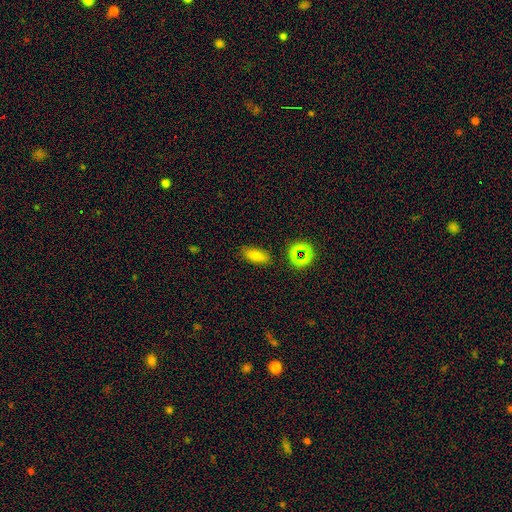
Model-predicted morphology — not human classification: Q: Smooth or featured?
A: smooth (74%); runner-up: star or artifact (15%)
Q: How rounded?
A: in between (76%); runner-up: cigar-shaped (17%)
Q: Merging?
A: none (84%); runner-up: minor disturbance (10%)